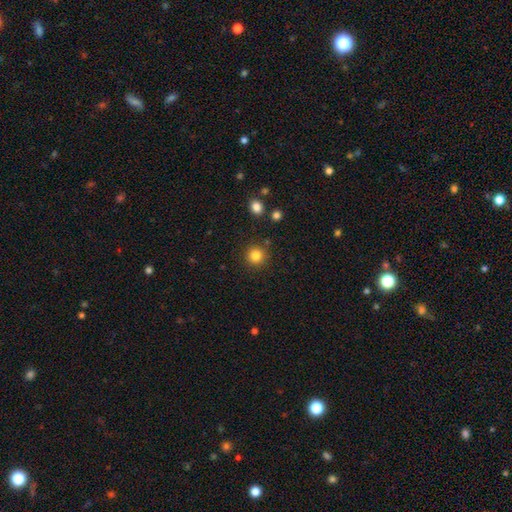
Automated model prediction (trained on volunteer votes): Smooth or featured?
  - smooth: 83% *
  - star or artifact: 11%
  - featured or disk: 5%
How rounded?
  - round: 94% *
  - in between: 5%
  - cigar-shaped: 1%
Merging?
  - none: 88% *
  - minor disturbance: 7%
  - merger: 3%
  - major disturbance: 2%